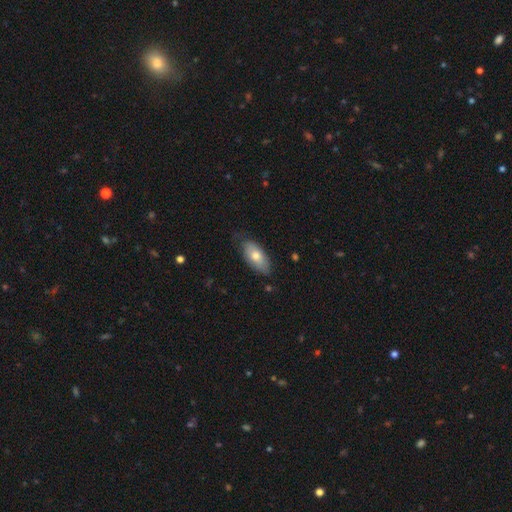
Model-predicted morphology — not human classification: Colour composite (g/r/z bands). It shows a smooth galaxy with no disk features (72%) that is in between round and cigar-shaped (89%). Merging: none (73%).